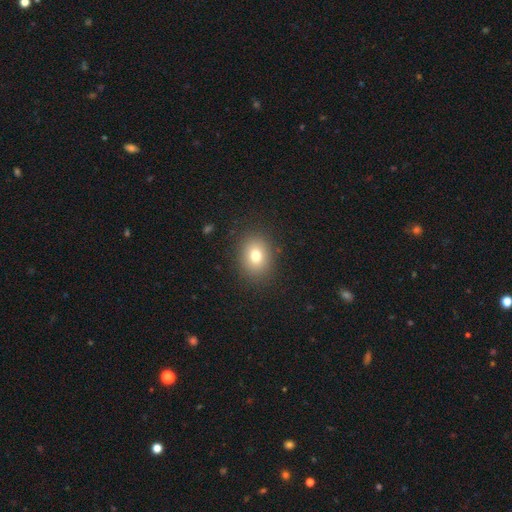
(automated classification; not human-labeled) Q: Smooth or featured?
A: smooth (76%); runner-up: star or artifact (12%)
Q: How rounded?
A: round (50%); runner-up: in between (49%)
Q: Merging?
A: none (87%); runner-up: minor disturbance (8%)